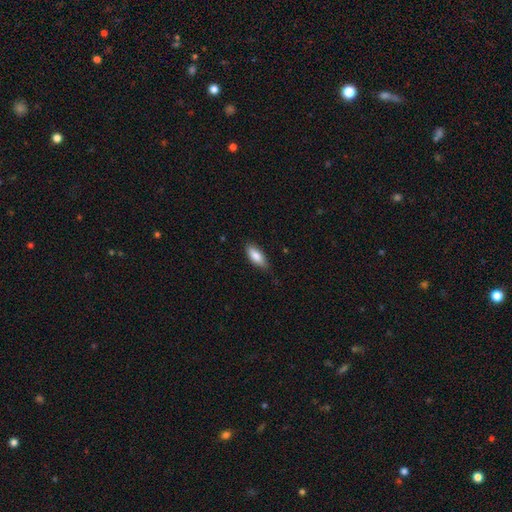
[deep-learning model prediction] smooth-or-featured: smooth: 85% | featured or disk: 9% | star or artifact: 6%
  how-rounded: in between: 81% | cigar-shaped: 17% | round: 2%
  merging: none: 79% | minor disturbance: 17% | major disturbance: 3% | merger: 1%